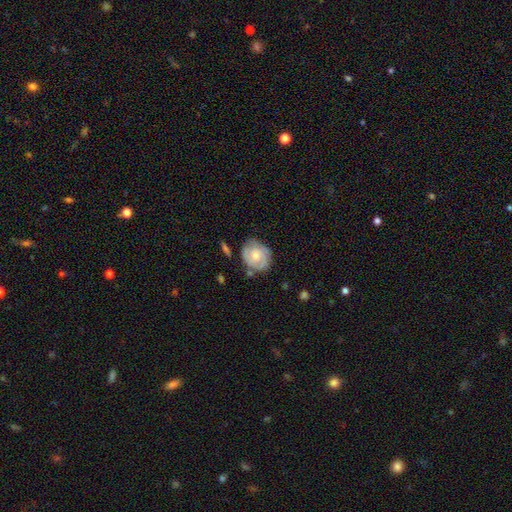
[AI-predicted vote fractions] Smooth or featured? featured or disk (59%)
Edge-on disk? no (97%)
Bar? no (72%)
Spiral arms? yes (85%)
Bulge size? moderate (48%)
Merging? none (68%)